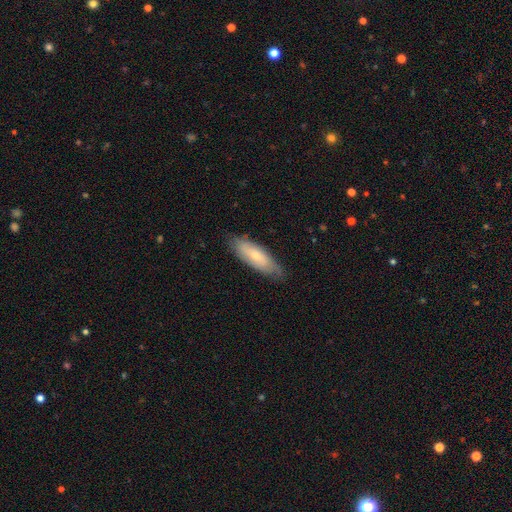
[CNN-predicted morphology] smooth_or_featured: smooth (p=0.57) [alt: featured or disk p=0.37]
how_rounded: in between (p=0.60) [alt: cigar-shaped p=0.38]
merging: none (p=0.76) [alt: minor disturbance p=0.19]